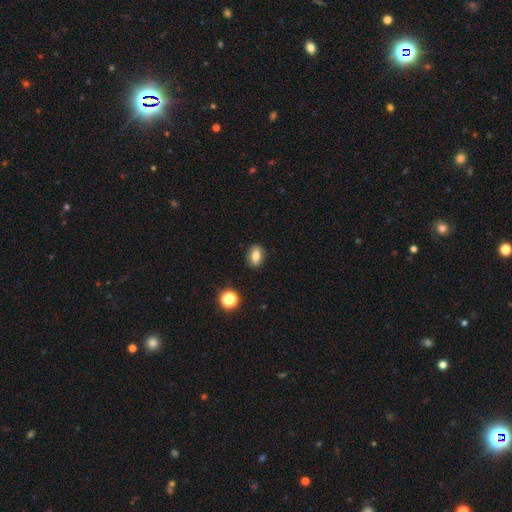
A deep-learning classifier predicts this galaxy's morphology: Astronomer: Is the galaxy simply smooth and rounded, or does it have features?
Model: smooth — 78%.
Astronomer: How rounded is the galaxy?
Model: in between — 79%.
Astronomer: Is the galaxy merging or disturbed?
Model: none — 87%.